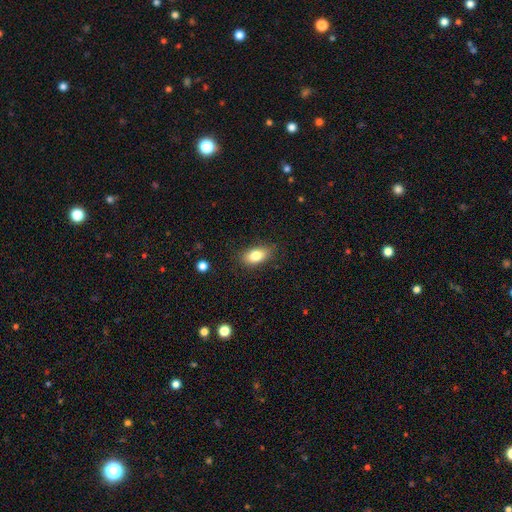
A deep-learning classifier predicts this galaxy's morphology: type=smooth (81%); roundness=in between (89%); merging=none (85%).